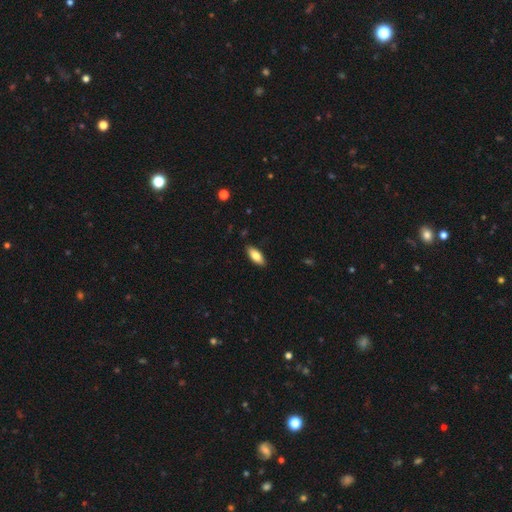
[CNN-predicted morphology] Q: Smooth or featured?
A: smooth (81%); runner-up: featured or disk (13%)
Q: How rounded?
A: in between (82%); runner-up: cigar-shaped (16%)
Q: Merging?
A: none (88%); runner-up: minor disturbance (9%)